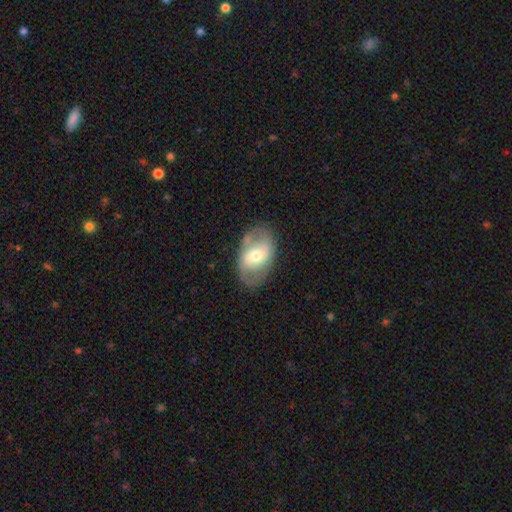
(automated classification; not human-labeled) Overall: featured or disk (55%; smooth 38%). Edge-on disk: no (93%). Bar: no (48%; weak 36%). Spiral arms: yes (52%; no 48%). Bulge size: moderate (63%; small 25%). Merging: none (73%).